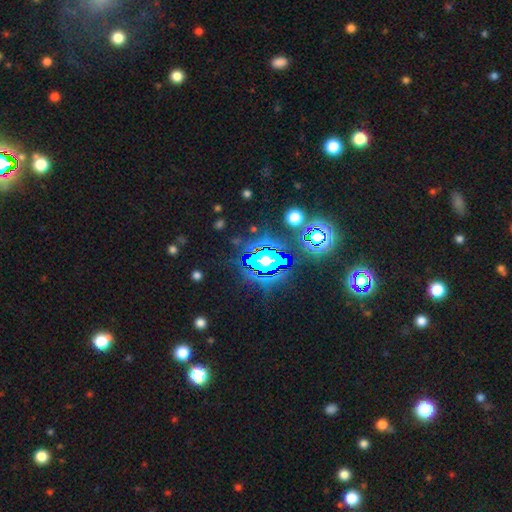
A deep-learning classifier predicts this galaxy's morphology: Smooth or featured? Predicted: star or artifact (p=0.82).